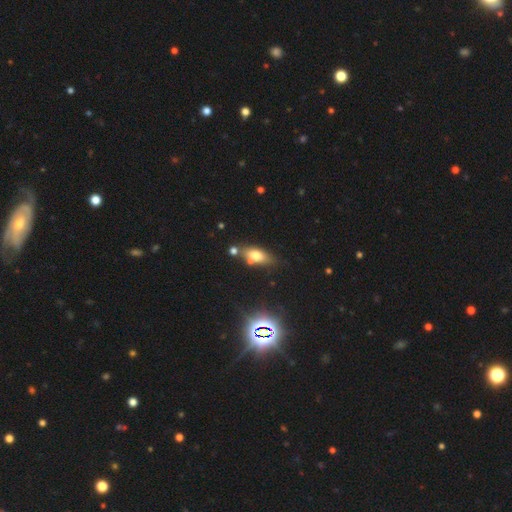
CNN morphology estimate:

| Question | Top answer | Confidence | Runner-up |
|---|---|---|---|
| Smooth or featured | smooth | 69% | featured or disk (17%) |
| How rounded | in between | 81% | cigar-shaped (13%) |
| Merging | none | 62% | merger (17%) |